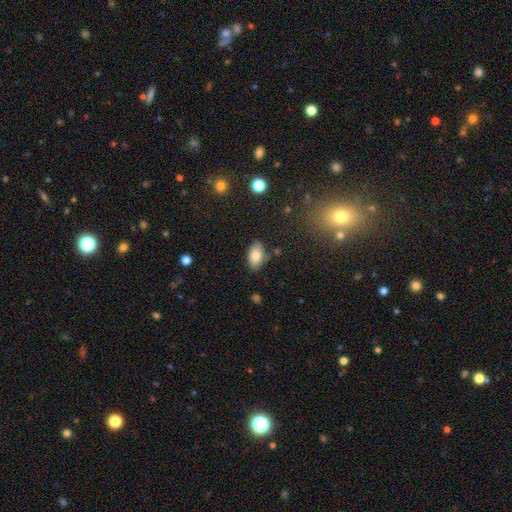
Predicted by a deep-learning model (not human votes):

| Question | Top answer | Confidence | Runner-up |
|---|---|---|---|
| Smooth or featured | smooth | 80% | featured or disk (12%) |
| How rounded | in between | 92% | round (6%) |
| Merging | none | 79% | minor disturbance (15%) |